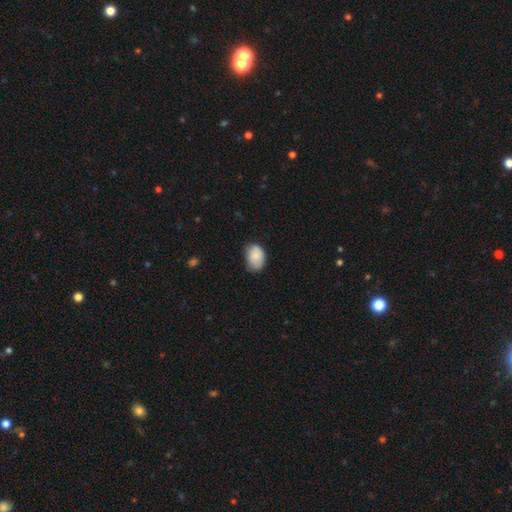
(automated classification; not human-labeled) A smooth galaxy with no disk features (85%) that is in between round and cigar-shaped (83%). Merging: none (64%).